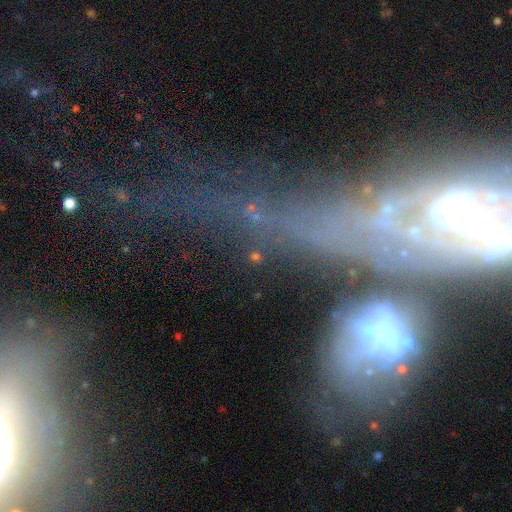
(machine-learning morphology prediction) star or artifact 41%, featured or disk 32%, smooth 27%.